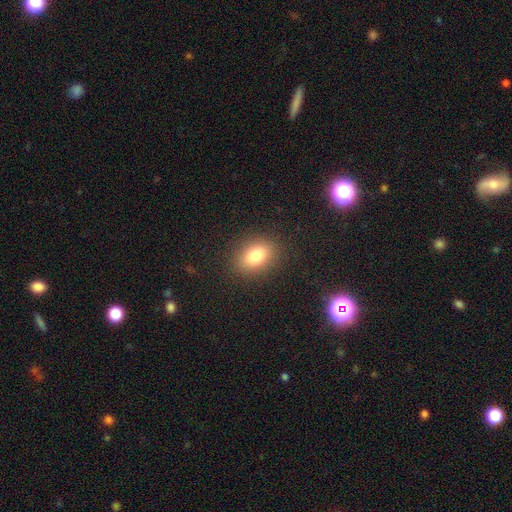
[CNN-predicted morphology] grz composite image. It shows a smooth galaxy with no disk features (81%) that is in between round and cigar-shaped (72%). Merging: none (88%).